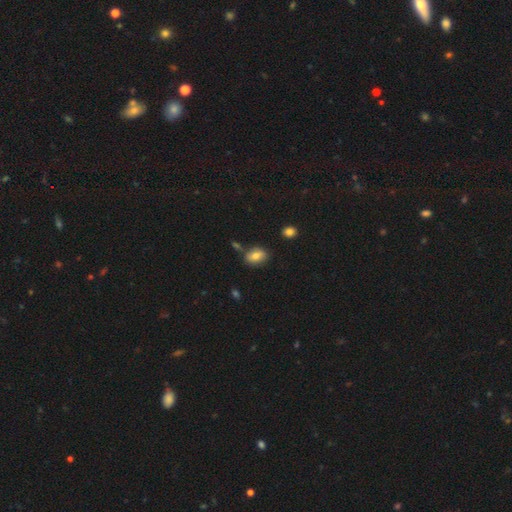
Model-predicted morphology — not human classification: Overall: smooth (77%). How rounded: in between (82%). Merging: none (75%).